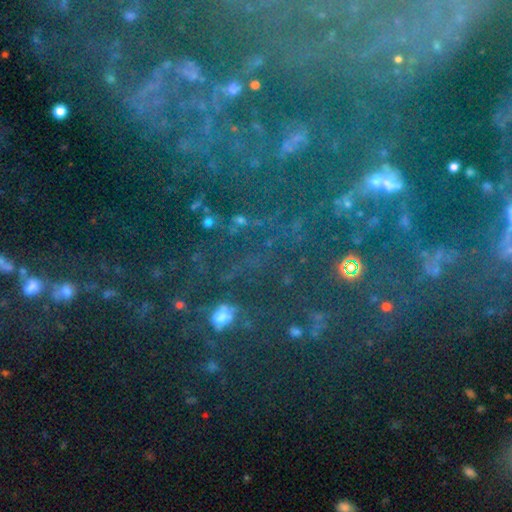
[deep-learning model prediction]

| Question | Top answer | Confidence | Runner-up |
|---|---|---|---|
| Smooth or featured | star or artifact | 64% | featured or disk (23%) |